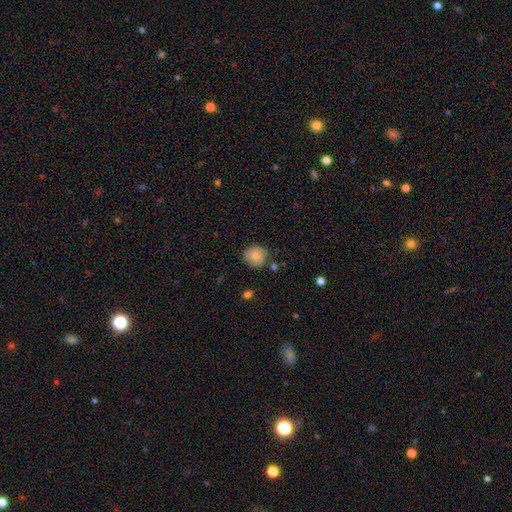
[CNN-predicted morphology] type=smooth (74%); roundness=round (86%); merging=none (74%).